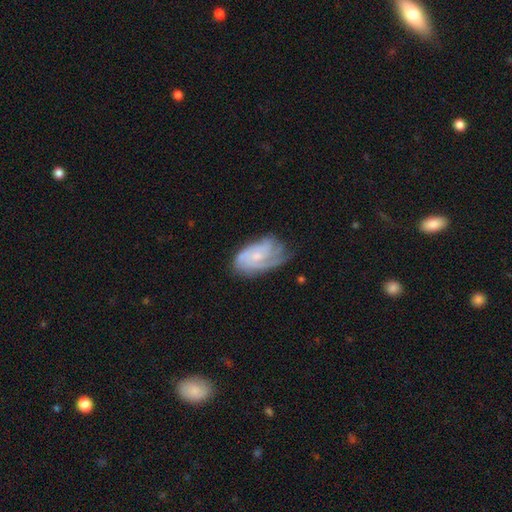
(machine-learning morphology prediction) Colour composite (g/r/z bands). It shows a featured or disk galaxy (78%) with no bar (66%), can't tell (29%, tied with 3) tight (54%) spiral arms (94%) and a small central bulge (58%). Merging: none (58%).